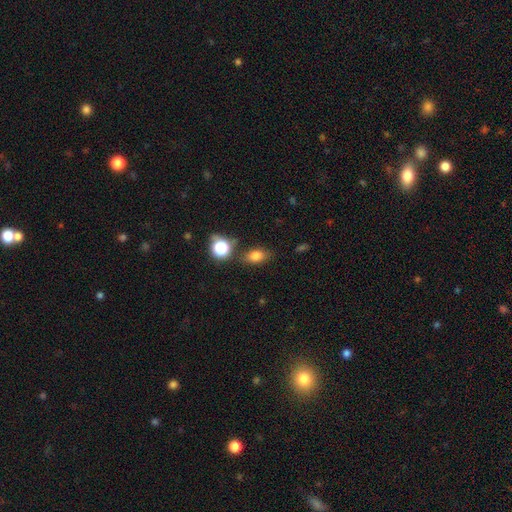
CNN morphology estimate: smooth 78%, star or artifact 13%, featured or disk 9%. Down the decision tree: how rounded — in between (78%); merging — none (75%).